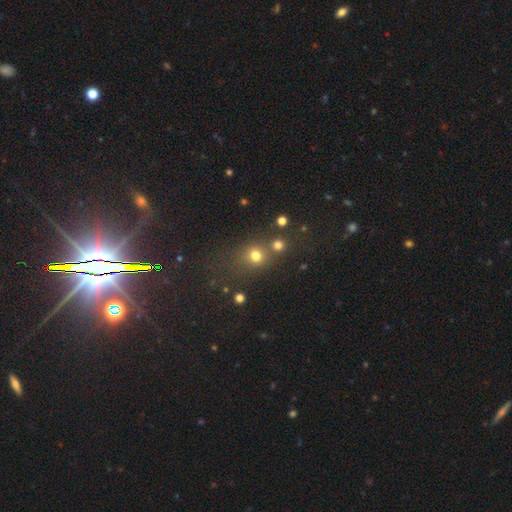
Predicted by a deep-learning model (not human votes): A smooth galaxy with no disk features (71%) that is round (83%). Merging: none (61%).